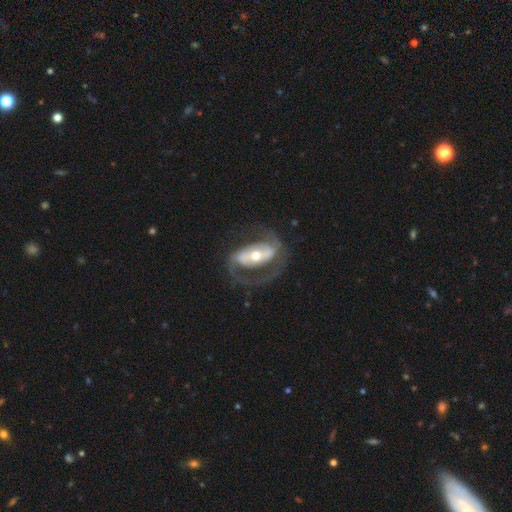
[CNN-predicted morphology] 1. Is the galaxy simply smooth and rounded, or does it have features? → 83% featured or disk, 12% smooth, 5% star or artifact.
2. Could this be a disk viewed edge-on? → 95% no, 5% yes.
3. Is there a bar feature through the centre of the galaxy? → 45% strong, 28% weak, 27% no.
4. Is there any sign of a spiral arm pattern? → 86% yes, 14% no.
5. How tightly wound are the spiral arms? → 50% medium, 27% loose, 22% tight.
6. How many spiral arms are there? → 85% 2, 6% 1, 6% can't tell, 2% 3, 1% 4, 1% more than 4.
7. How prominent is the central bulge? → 69% moderate, 20% small, 9% large, 1% dominant, 1% none.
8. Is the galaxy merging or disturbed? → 62% none, 20% major disturbance, 16% minor disturbance, 2% merger.